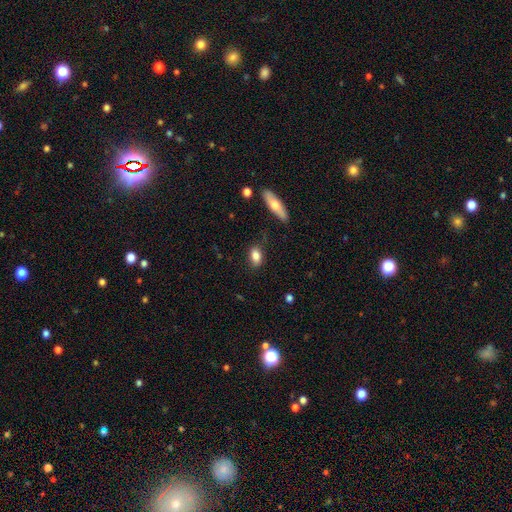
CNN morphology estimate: smooth 83%, featured or disk 9%, star or artifact 7%. Down the decision tree: how rounded — in between (82%); merging — none (78%).